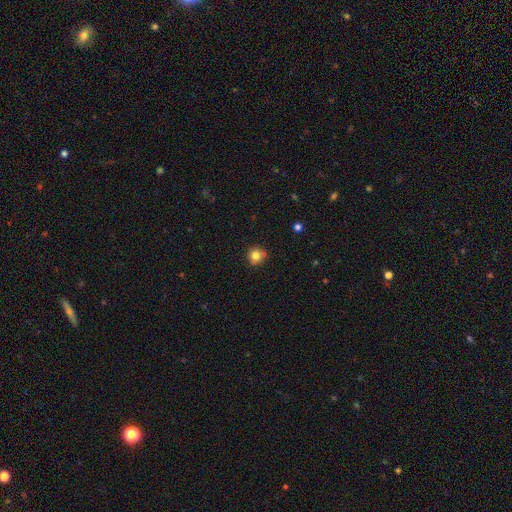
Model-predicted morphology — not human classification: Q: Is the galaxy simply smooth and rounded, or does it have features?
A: smooth — 81%.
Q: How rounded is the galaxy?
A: round — 90%.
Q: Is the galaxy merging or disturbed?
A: none — 80%.